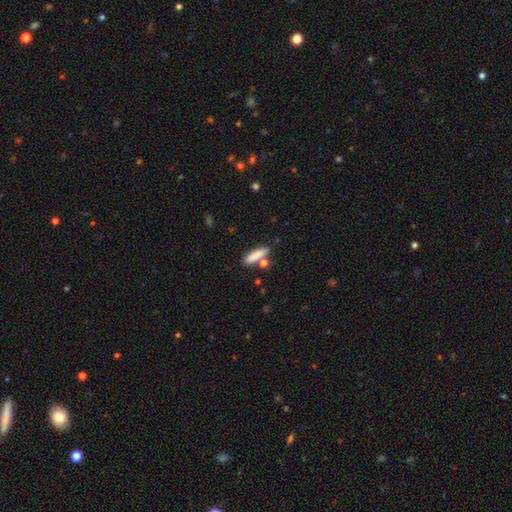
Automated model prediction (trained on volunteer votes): Smooth or featured? smooth (84%)
How rounded? cigar-shaped (67%)
Merging? none (74%)